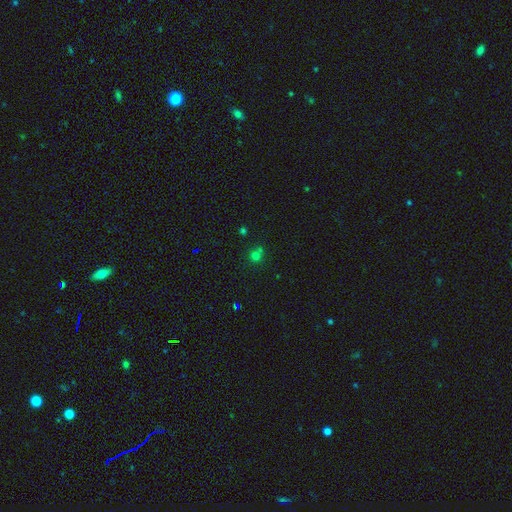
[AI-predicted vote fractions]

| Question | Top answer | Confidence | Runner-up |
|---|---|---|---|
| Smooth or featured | smooth | 65% | star or artifact (26%) |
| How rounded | round | 86% | in between (13%) |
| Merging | none | 57% | merger (29%) |